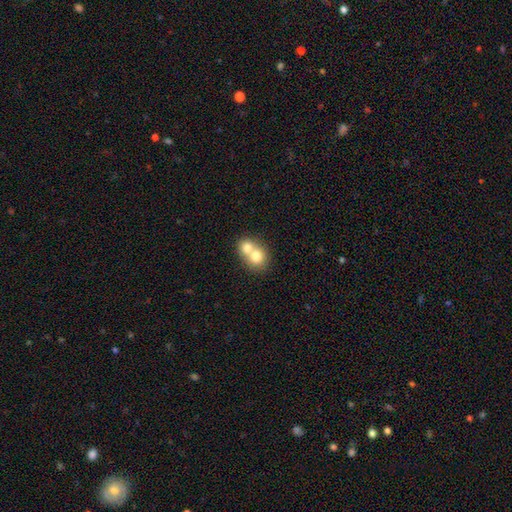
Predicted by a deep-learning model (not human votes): Smooth or featured: smooth — 71% (featured or disk — 20%)
How rounded: round — 71% (in between — 28%)
Merging: merger — 71% (none — 23%)